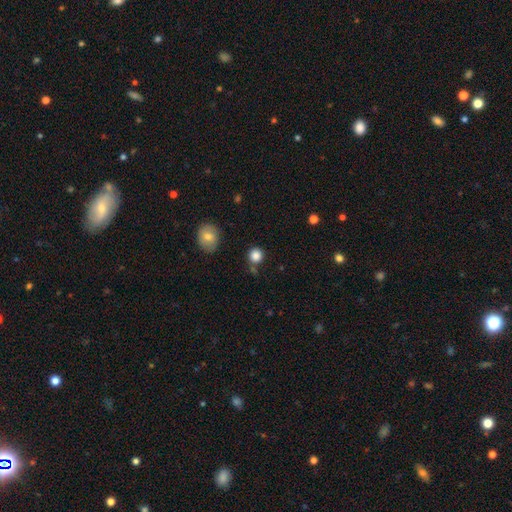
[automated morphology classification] A smooth galaxy with no disk features (85%) that is round (91%). Merging: none (78%).